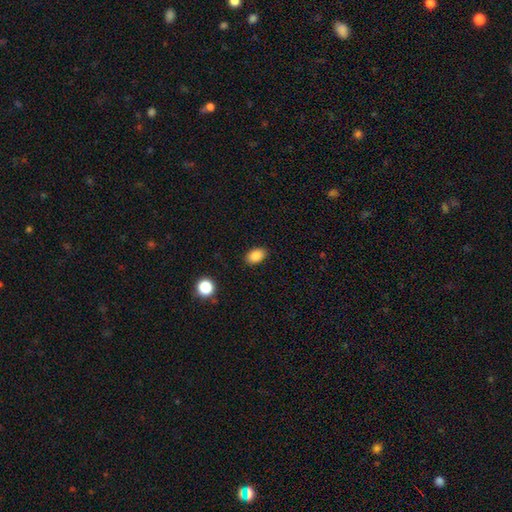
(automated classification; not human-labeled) A smooth galaxy with no disk features (86%) that is in between round and cigar-shaped (86%). Merging: none (88%).